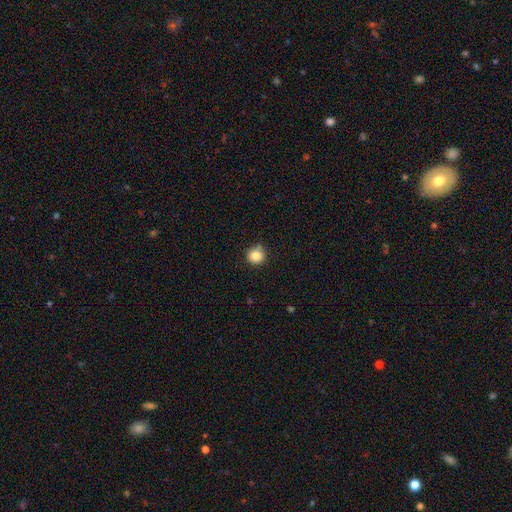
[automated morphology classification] Smooth or featured?
  - smooth: 85% *
  - star or artifact: 10%
  - featured or disk: 5%
How rounded?
  - round: 92% *
  - in between: 7%
  - cigar-shaped: 1%
Merging?
  - none: 82% *
  - minor disturbance: 11%
  - merger: 4%
  - major disturbance: 2%